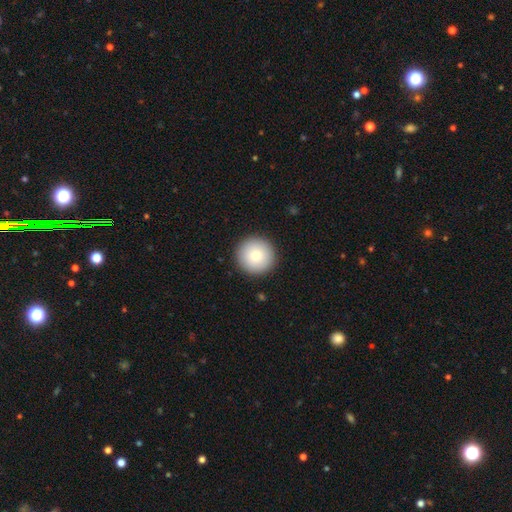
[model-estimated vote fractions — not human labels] Q: Smooth or featured?
A: smooth (78%); runner-up: featured or disk (13%)
Q: How rounded?
A: round (97%); runner-up: in between (2%)
Q: Merging?
A: none (93%); runner-up: minor disturbance (4%)